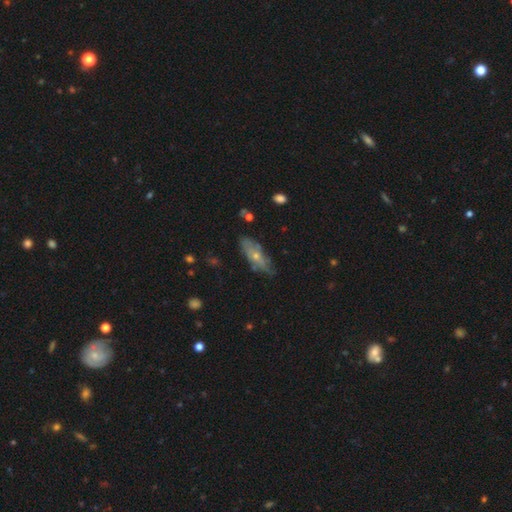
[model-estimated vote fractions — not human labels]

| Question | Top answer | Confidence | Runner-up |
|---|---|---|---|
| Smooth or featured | smooth | 50% | featured or disk (43%) |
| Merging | none | 63% | minor disturbance (27%) |